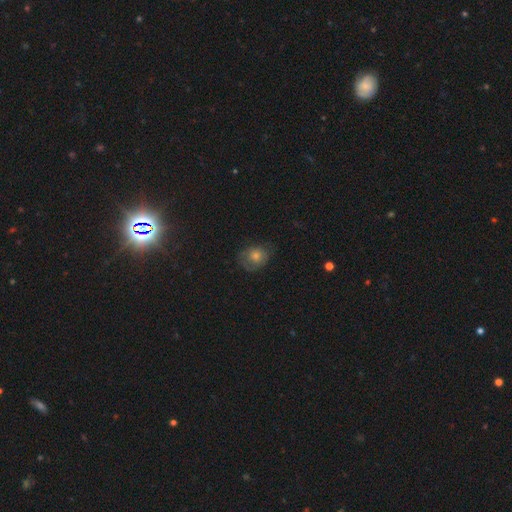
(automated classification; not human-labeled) Smooth or featured?
  - smooth: 52% *
  - featured or disk: 29%
  - star or artifact: 19%
How rounded?
  - round: 63% *
  - in between: 36%
  - cigar-shaped: 1%
Merging?
  - none: 68% *
  - minor disturbance: 21%
  - major disturbance: 10%
  - merger: 1%